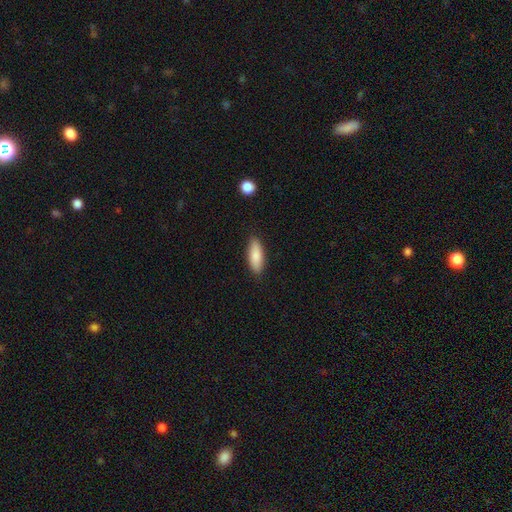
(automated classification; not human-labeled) smooth-or-featured: smooth: 85% | featured or disk: 9% | star or artifact: 6%
  how-rounded: in between: 69% | cigar-shaped: 29% | round: 2%
  merging: none: 87% | minor disturbance: 10% | major disturbance: 2% | merger: 1%